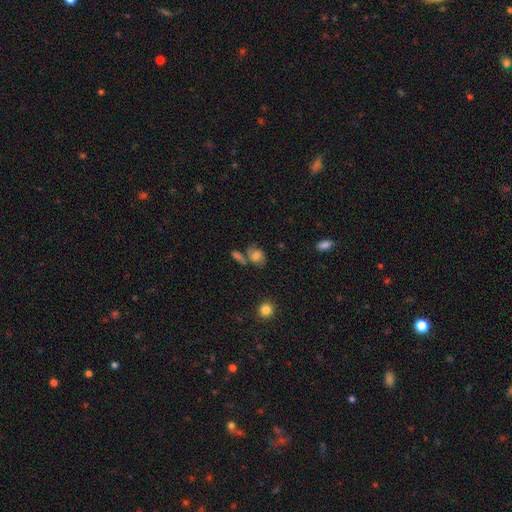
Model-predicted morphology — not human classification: A smooth galaxy with no disk features (51%) that is in between round and cigar-shaped (53%).

Vote fractions:
- Smooth or featured? smooth: 51% / featured or disk: 37% / star or artifact: 12%
- How rounded? in between: 53% / round: 45% / cigar-shaped: 2%
- Merging? none: 51% / minor disturbance: 20% / merger: 18% / major disturbance: 11%